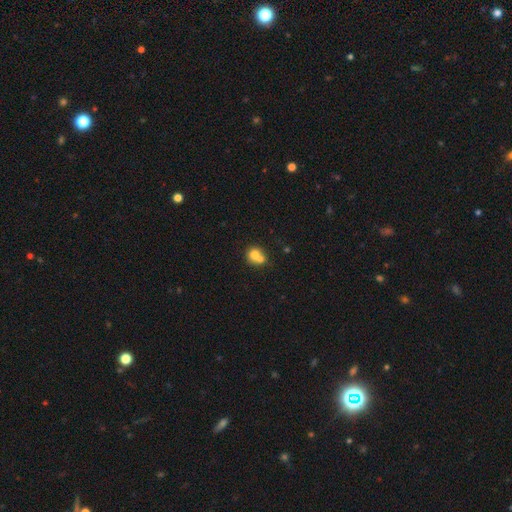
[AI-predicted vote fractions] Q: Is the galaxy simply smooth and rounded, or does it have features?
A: smooth — 74%.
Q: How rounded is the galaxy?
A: round — 80%.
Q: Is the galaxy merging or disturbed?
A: merger — 57%.